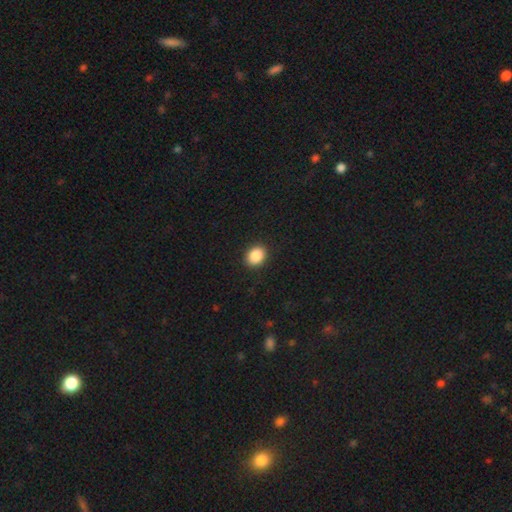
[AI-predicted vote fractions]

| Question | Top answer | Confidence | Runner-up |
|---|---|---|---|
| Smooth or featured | smooth | 89% | star or artifact (8%) |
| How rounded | in between | 61% | round (38%) |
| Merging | none | 91% | minor disturbance (6%) |